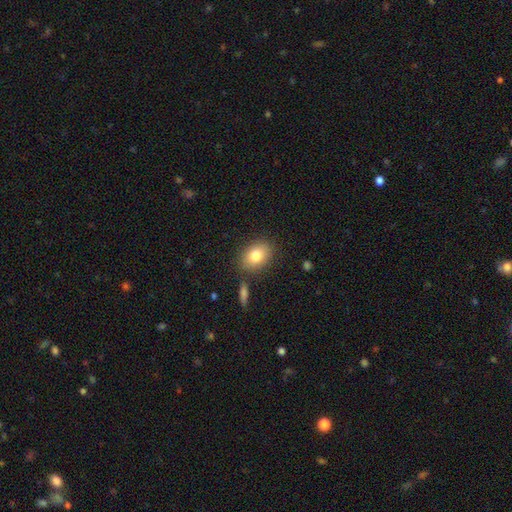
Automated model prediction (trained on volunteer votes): A smooth galaxy with no disk features (80%) that is in between round and cigar-shaped (68%).

Vote fractions:
- Smooth or featured? smooth: 80% / featured or disk: 12% / star or artifact: 9%
- How rounded? in between: 68% / round: 30% / cigar-shaped: 1%
- Merging? none: 82% / minor disturbance: 10% / merger: 5% / major disturbance: 3%